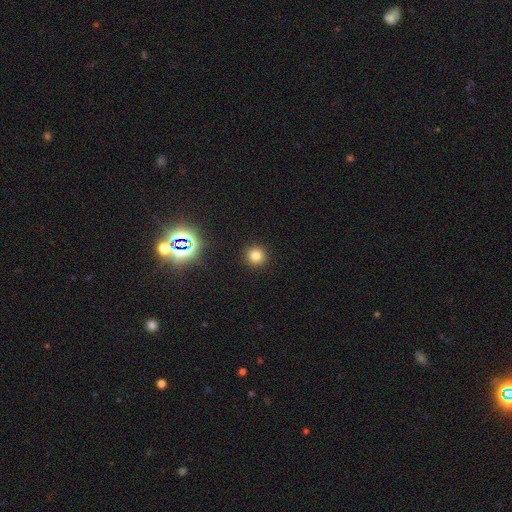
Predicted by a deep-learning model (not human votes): A smooth galaxy with no disk features (77%) that is round (94%). Merging: none (93%).